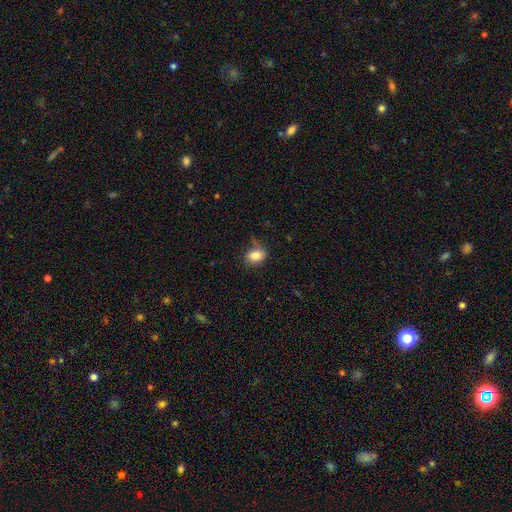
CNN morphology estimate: Smooth or featured? Predicted: smooth (p=0.81). How rounded? Predicted: in between (p=0.61). Merging? Predicted: none (p=0.62).